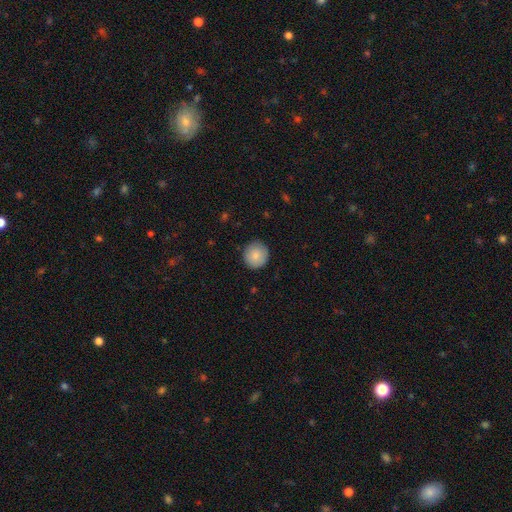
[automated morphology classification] Smooth or featured?
  - smooth: 85% *
  - featured or disk: 8%
  - star or artifact: 7%
How rounded?
  - round: 93% *
  - in between: 6%
  - cigar-shaped: 1%
Merging?
  - none: 89% *
  - minor disturbance: 8%
  - major disturbance: 2%
  - merger: 1%